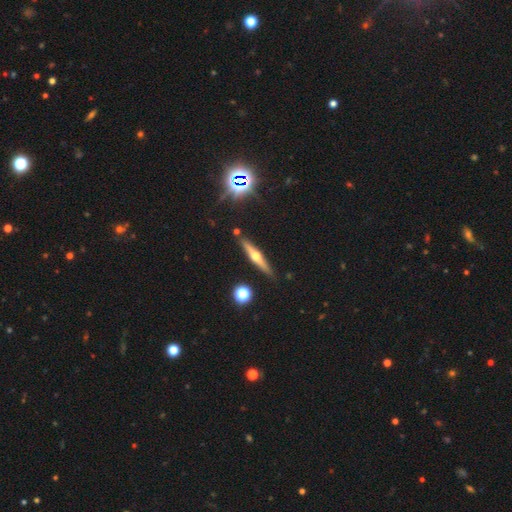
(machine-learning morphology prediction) Smooth or featured?
  - featured or disk: 68% *
  - smooth: 24%
  - star or artifact: 8%
Edge-on disk?
  - yes: 97% *
  - no: 3%
Edge-on bulge?
  - rounded: 93% *
  - none: 4%
  - boxy: 3%
Merging?
  - none: 88% *
  - minor disturbance: 8%
  - merger: 3%
  - major disturbance: 2%